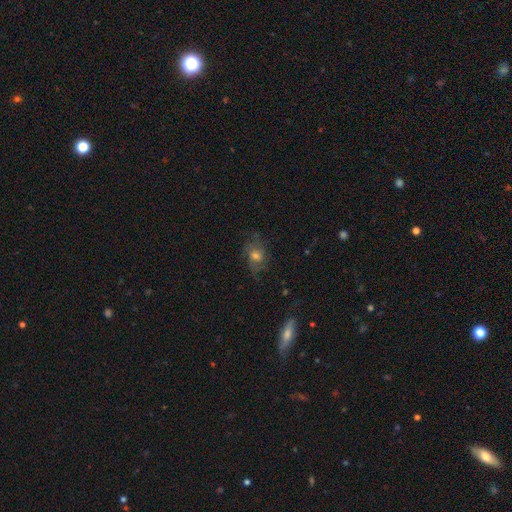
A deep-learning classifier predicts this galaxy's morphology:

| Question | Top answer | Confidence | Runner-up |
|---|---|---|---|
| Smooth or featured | featured or disk | 57% | smooth (28%) |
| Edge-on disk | no | 94% | yes (6%) |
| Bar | no | 70% | weak (26%) |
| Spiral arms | yes | 84% | no (16%) |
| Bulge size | moderate | 57% | small (25%) |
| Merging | none | 67% | minor disturbance (19%) |